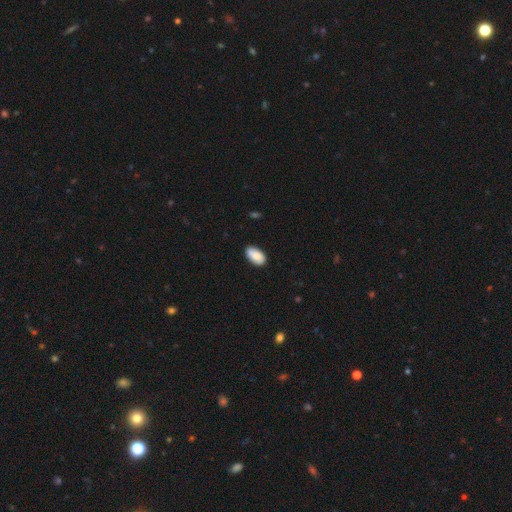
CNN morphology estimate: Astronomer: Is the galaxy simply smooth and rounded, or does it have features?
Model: smooth — 83%.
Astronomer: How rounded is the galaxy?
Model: in between — 95%.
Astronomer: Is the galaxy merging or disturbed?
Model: none — 84%.